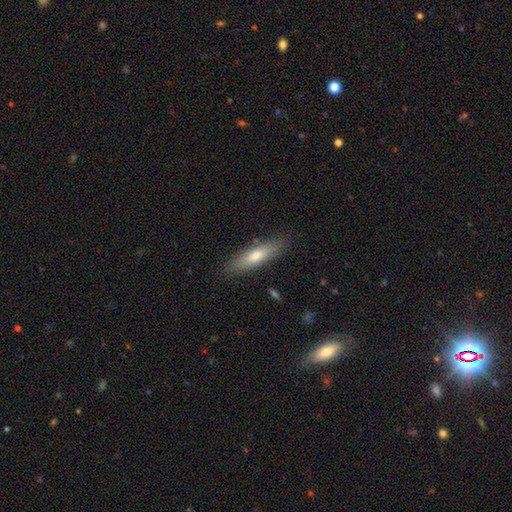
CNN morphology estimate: This appears to be a smooth galaxy with no disk features (67%) that is cigar-shaped (69%). Merging: none (85%).